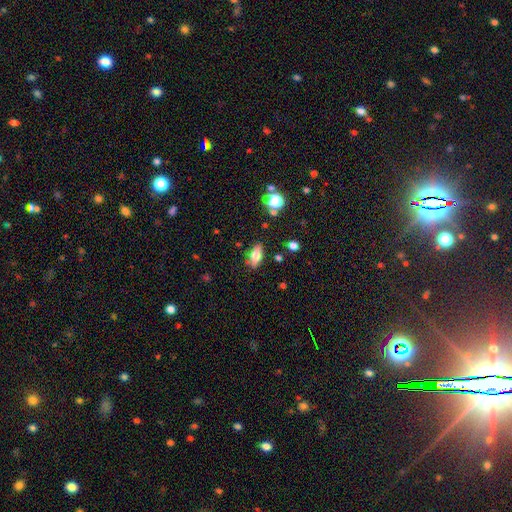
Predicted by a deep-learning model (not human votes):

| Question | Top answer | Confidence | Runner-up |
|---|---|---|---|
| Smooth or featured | smooth | 62% | featured or disk (28%) |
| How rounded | in between | 78% | cigar-shaped (16%) |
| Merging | none | 81% | minor disturbance (13%) |